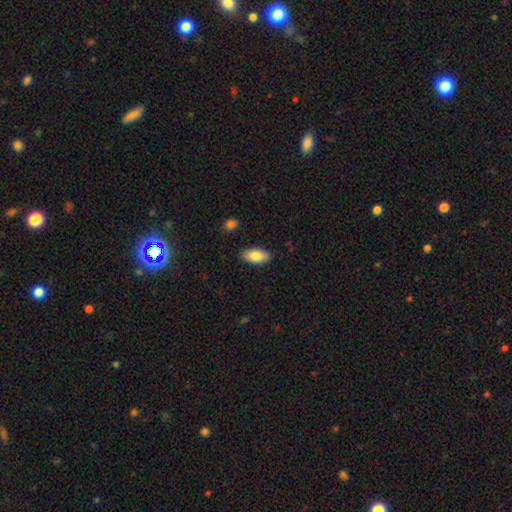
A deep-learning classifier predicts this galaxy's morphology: Q: Smooth or featured?
A: smooth (83%); runner-up: featured or disk (11%)
Q: How rounded?
A: in between (92%); runner-up: cigar-shaped (6%)
Q: Merging?
A: none (88%); runner-up: minor disturbance (9%)